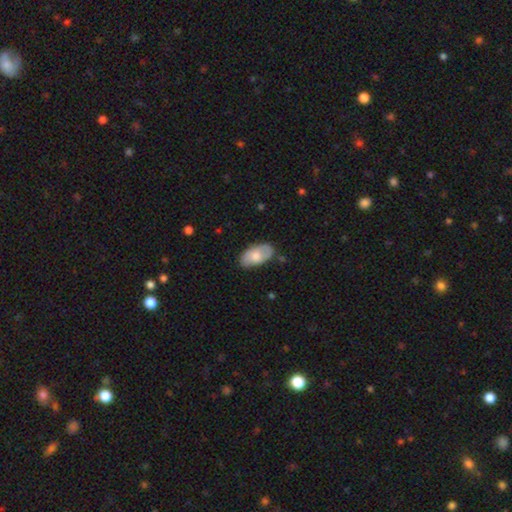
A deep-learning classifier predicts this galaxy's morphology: The model was most divided on "smooth or featured": smooth: 62%, featured or disk: 32%, star or artifact: 6%. More confident: how rounded — in between (94%); merging — none (73%).